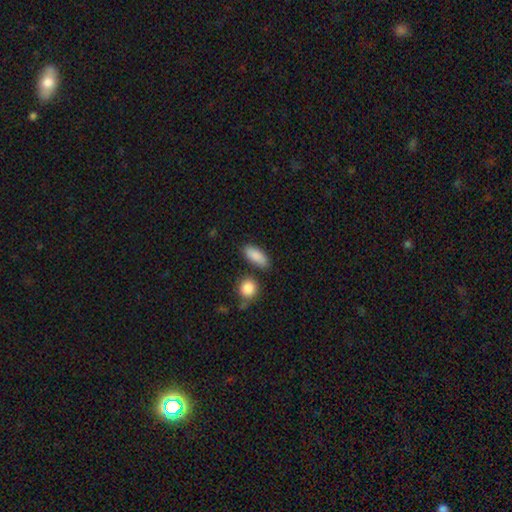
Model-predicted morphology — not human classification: Smooth or featured? smooth (88%)
How rounded? in between (79%)
Merging? none (75%)